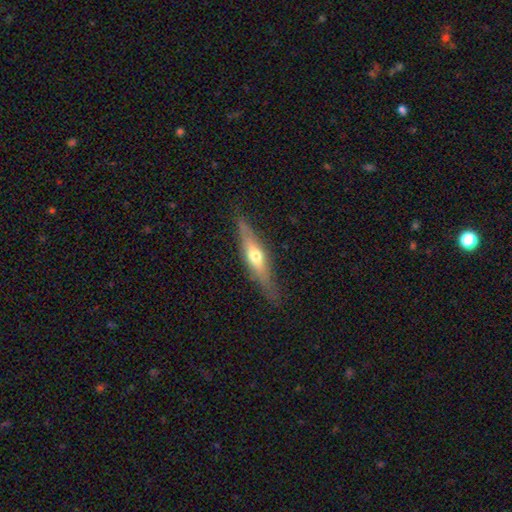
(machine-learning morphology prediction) Smooth or featured? Predicted: featured or disk (p=0.56). Edge-on disk? Predicted: yes (p=0.88). Merging? Predicted: none (p=0.83).